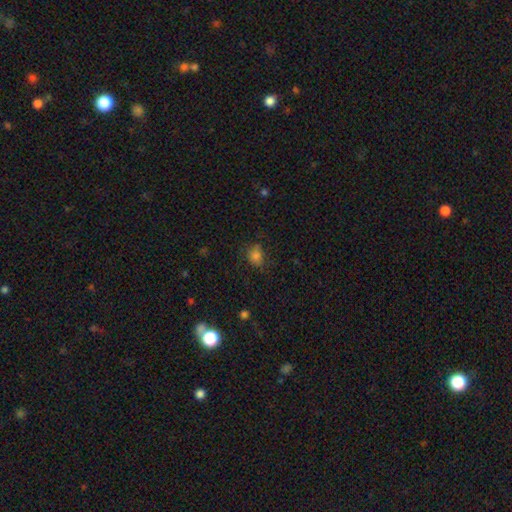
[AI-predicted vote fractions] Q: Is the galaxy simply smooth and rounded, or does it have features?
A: smooth — 79%.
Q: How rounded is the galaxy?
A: round — 51%.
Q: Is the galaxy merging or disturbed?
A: none — 67%.